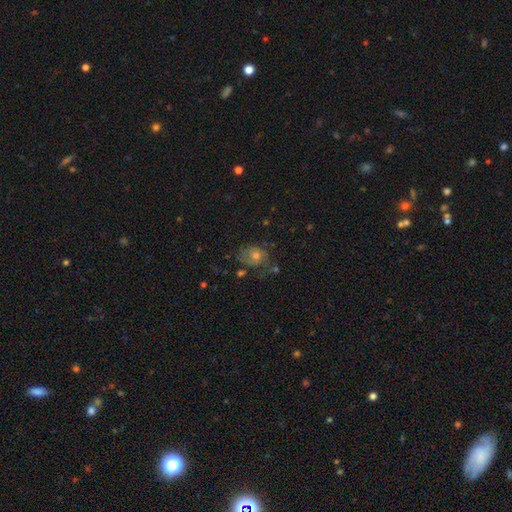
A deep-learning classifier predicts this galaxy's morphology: Smooth or featured? featured or disk (48%)
Merging? none (54%)